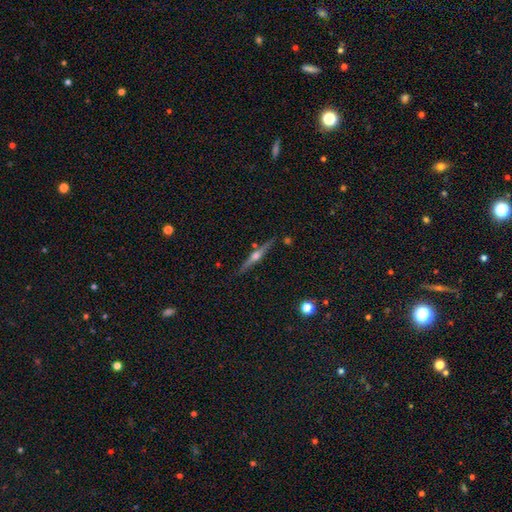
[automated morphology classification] Q: Smooth or featured?
A: featured or disk (77%); runner-up: smooth (16%)
Q: Edge-on disk?
A: yes (98%); runner-up: no (2%)
Q: Edge-on bulge?
A: rounded (93%); runner-up: boxy (4%)
Q: Merging?
A: none (85%); runner-up: minor disturbance (9%)